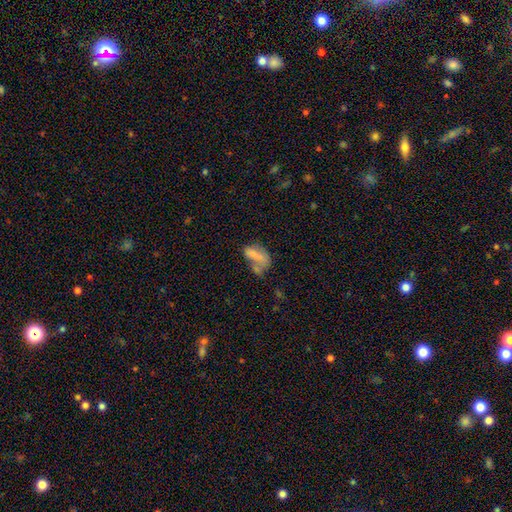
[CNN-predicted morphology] smooth-or-featured: smooth: 67% | featured or disk: 22% | star or artifact: 11%
  how-rounded: in between: 84% | cigar-shaped: 10% | round: 6%
  merging: merger: 32% | none: 26% | major disturbance: 21% | minor disturbance: 20%